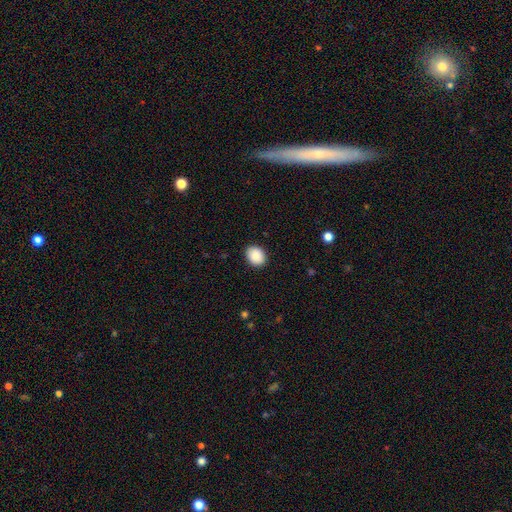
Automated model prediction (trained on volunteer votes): This is clearly a smooth galaxy (90%). How rounded: possibly in between (55%). Merging: clearly none (89%).